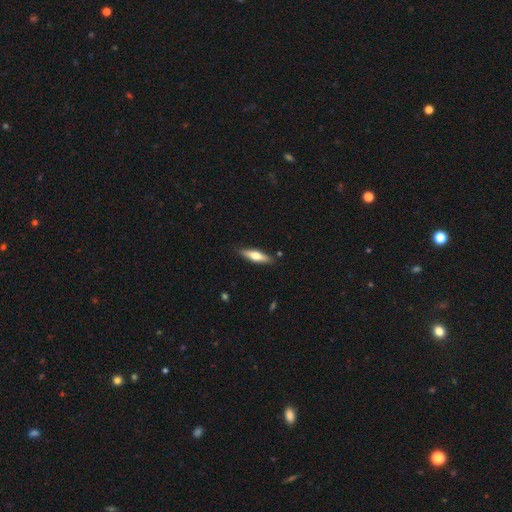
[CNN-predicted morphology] Smooth or featured?
  - smooth: 56% *
  - featured or disk: 38%
  - star or artifact: 6%
How rounded?
  - cigar-shaped: 64% *
  - in between: 34%
  - round: 2%
Merging?
  - none: 86% *
  - minor disturbance: 11%
  - major disturbance: 2%
  - merger: 2%